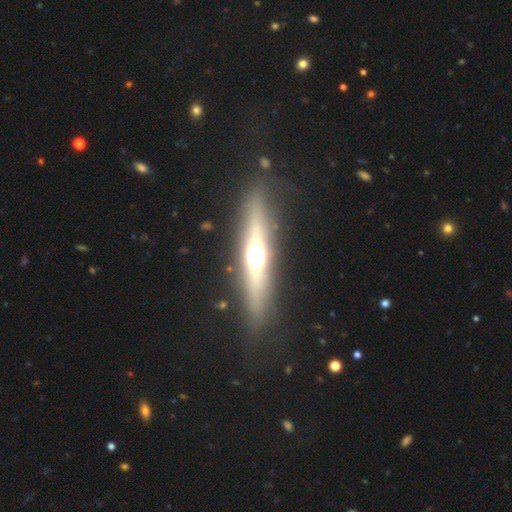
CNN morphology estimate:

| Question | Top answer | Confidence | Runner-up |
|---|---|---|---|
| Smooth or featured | featured or disk | 60% | smooth (32%) |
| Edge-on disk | yes | 90% | no (10%) |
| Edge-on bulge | rounded | 92% | none (5%) |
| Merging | none | 85% | minor disturbance (9%) |